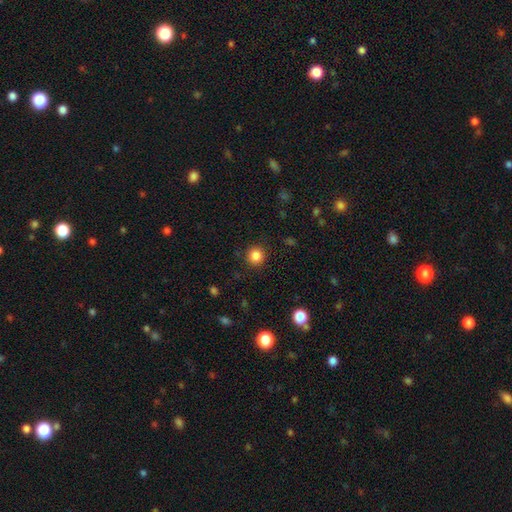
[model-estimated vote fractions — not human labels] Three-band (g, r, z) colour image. It shows a smooth galaxy with no disk features (85%) that is round (93%). Merging: none (91%).